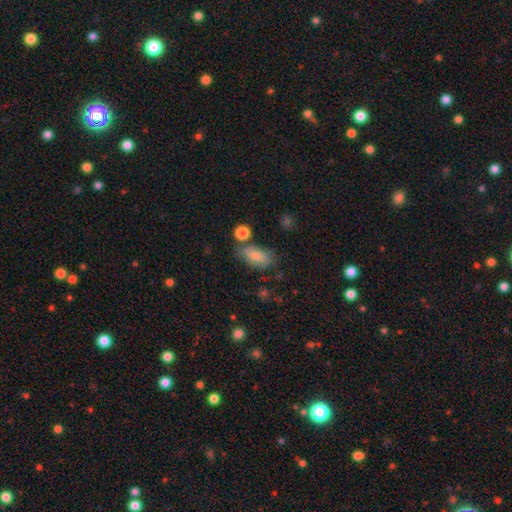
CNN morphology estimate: A smooth galaxy with no disk features (69%) that is in between round and cigar-shaped (86%).

Vote fractions:
- Smooth or featured? smooth: 69% / featured or disk: 20% / star or artifact: 10%
- How rounded? in between: 86% / cigar-shaped: 7% / round: 7%
- Merging? none: 62% / minor disturbance: 22% / merger: 9% / major disturbance: 7%